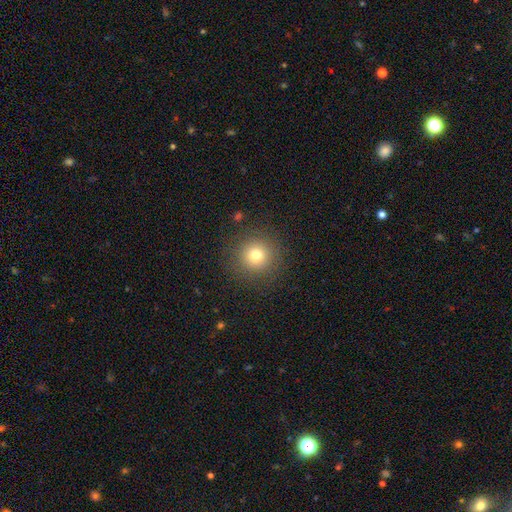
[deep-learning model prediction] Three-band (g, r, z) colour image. It shows a smooth galaxy with no disk features (76%) that is round (95%). Merging: none (89%).